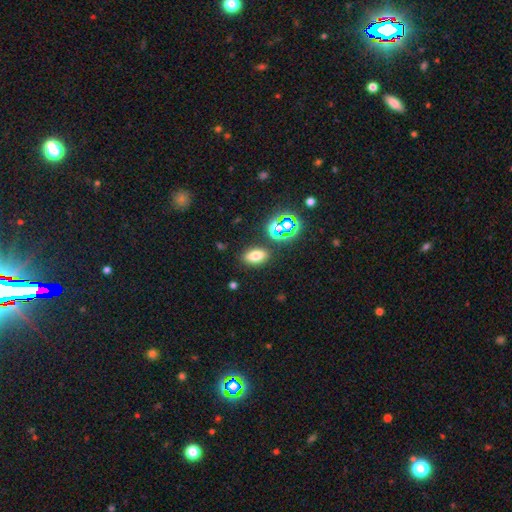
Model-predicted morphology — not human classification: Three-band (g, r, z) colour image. It shows a smooth galaxy with no disk features (65%) that is in between round and cigar-shaped (82%). Merging: none (85%).